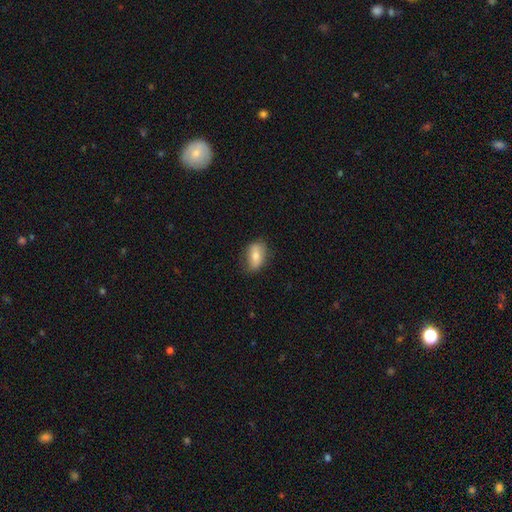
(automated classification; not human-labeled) Smooth or featured? Predicted: smooth (p=0.69). How rounded? Predicted: in between (p=0.86). Merging? Predicted: none (p=0.76).